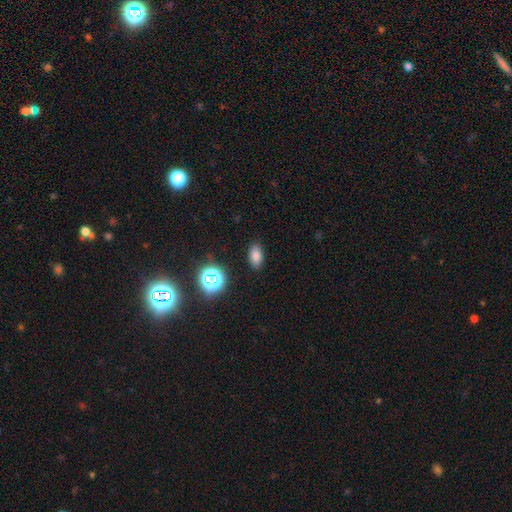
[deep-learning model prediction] Smooth or featured? smooth (77%)
How rounded? in between (89%)
Merging? none (87%)